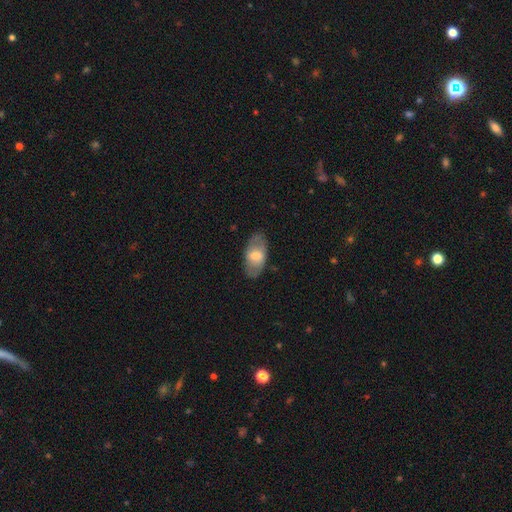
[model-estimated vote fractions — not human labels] Smooth or featured?
  - smooth: 55% *
  - featured or disk: 39%
  - star or artifact: 6%
How rounded?
  - in between: 92% *
  - round: 5%
  - cigar-shaped: 3%
Merging?
  - none: 80% *
  - minor disturbance: 14%
  - major disturbance: 5%
  - merger: 1%